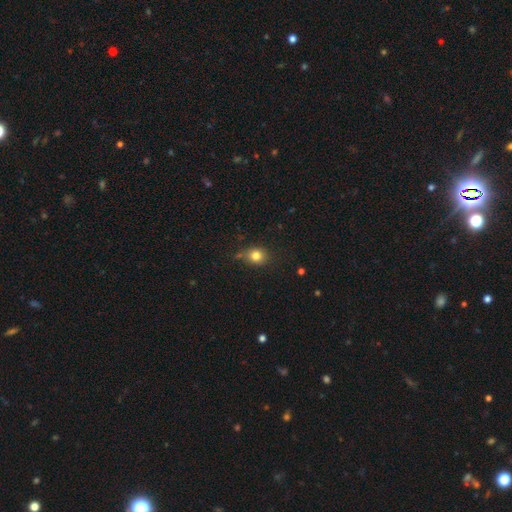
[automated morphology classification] type=smooth (80%); roundness=round (69%); merging=none (68%).